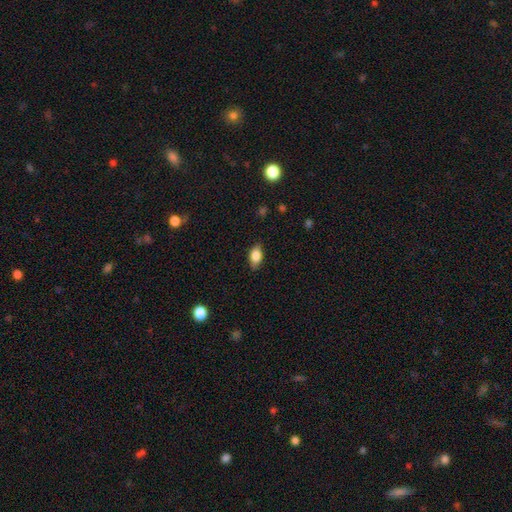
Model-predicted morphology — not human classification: Smooth or featured? Predicted: smooth (p=0.81). How rounded? Predicted: in between (p=0.87). Merging? Predicted: none (p=0.84).